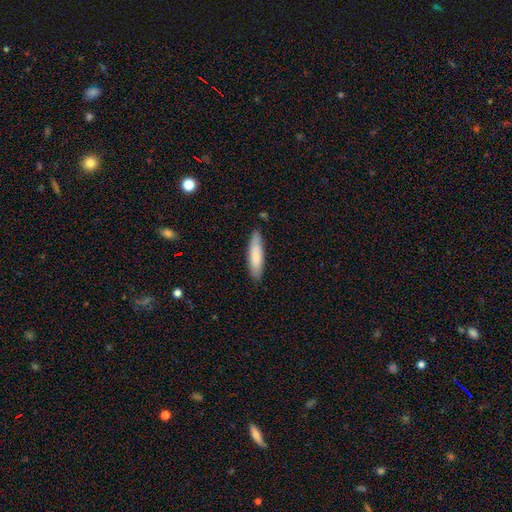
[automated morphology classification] Overall: smooth (76%). How rounded: cigar-shaped (68%; in between 31%). Merging: none (82%).